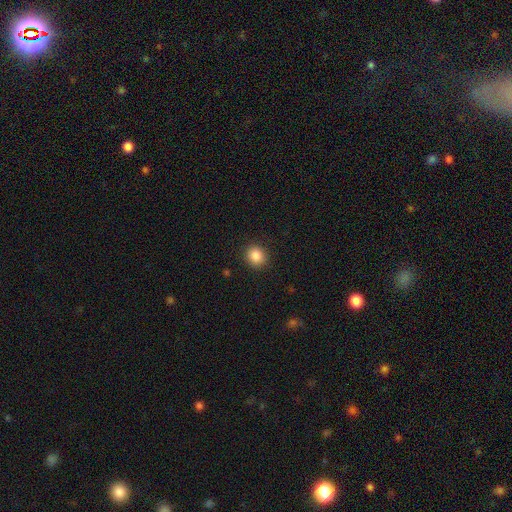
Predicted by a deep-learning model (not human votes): This is clearly a smooth galaxy (87%). How rounded: clearly round (82%). Merging: clearly none (90%).